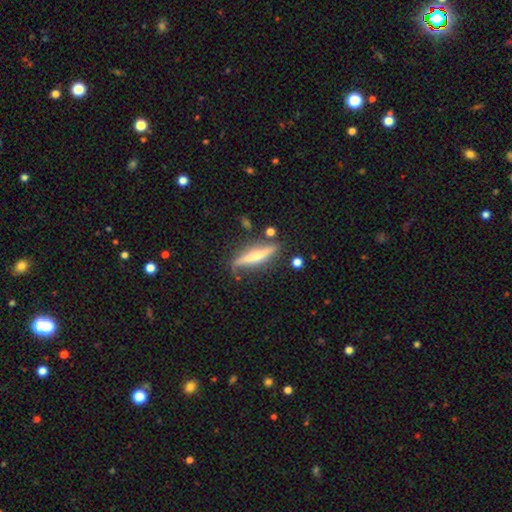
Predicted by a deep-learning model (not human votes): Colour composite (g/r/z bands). It shows a featured or disk galaxy (57%) viewed edge-on (89%) with a rounded central bulge (60%). Merging: none (71%).